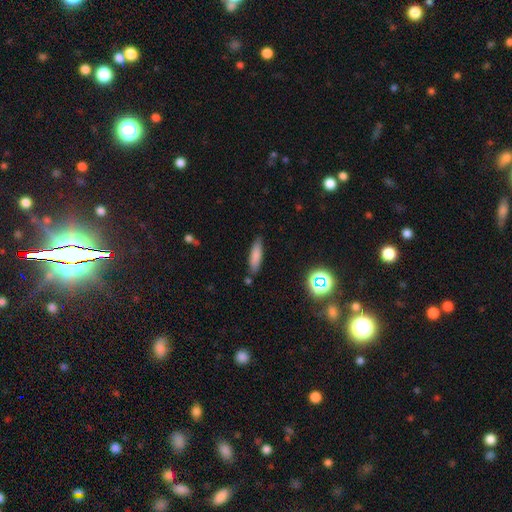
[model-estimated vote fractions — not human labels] Overall: smooth (80%). How rounded: cigar-shaped (61%; in between 37%). Merging: none (81%).